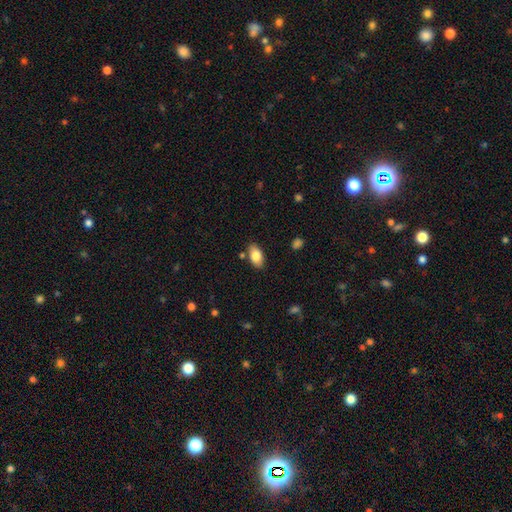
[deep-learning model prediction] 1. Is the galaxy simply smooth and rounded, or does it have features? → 81% smooth, 12% featured or disk, 7% star or artifact.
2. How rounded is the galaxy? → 93% in between, 4% round, 3% cigar-shaped.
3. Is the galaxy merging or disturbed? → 83% none, 11% minor disturbance, 4% merger, 2% major disturbance.